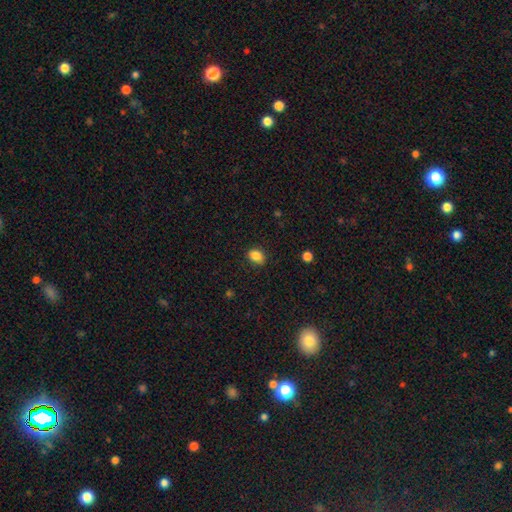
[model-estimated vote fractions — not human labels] Q: Smooth or featured?
A: smooth (86%); runner-up: star or artifact (10%)
Q: How rounded?
A: in between (57%); runner-up: round (42%)
Q: Merging?
A: none (83%); runner-up: minor disturbance (13%)